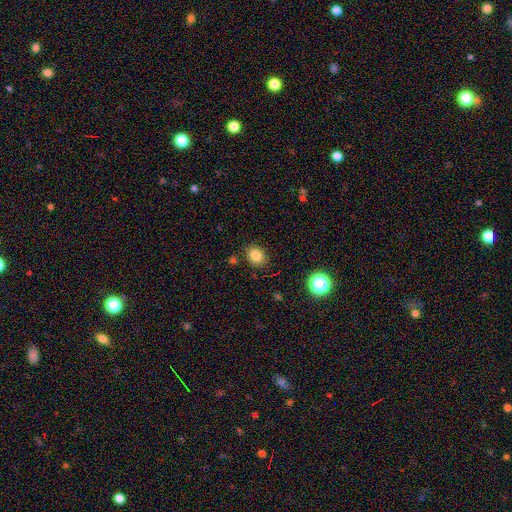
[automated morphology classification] A smooth galaxy with no disk features (82%) that is round (53%).

Vote fractions:
- Smooth or featured? smooth: 82% / star or artifact: 11% / featured or disk: 6%
- How rounded? round: 53% / in between: 46% / cigar-shaped: 1%
- Merging? none: 84% / minor disturbance: 11% / major disturbance: 3% / merger: 3%